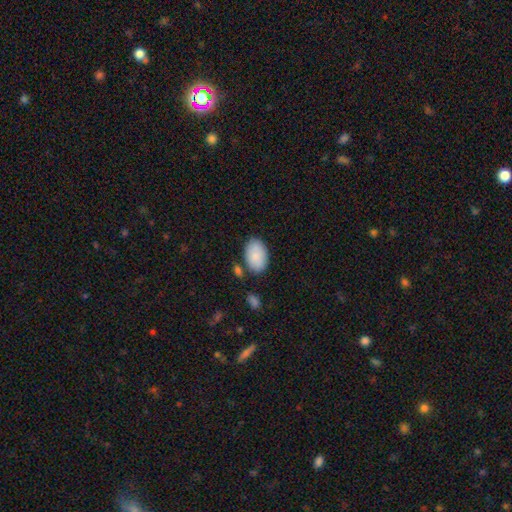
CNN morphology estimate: A smooth galaxy with no disk features (89%) that is in between round and cigar-shaped (93%). Merging: none (76%).